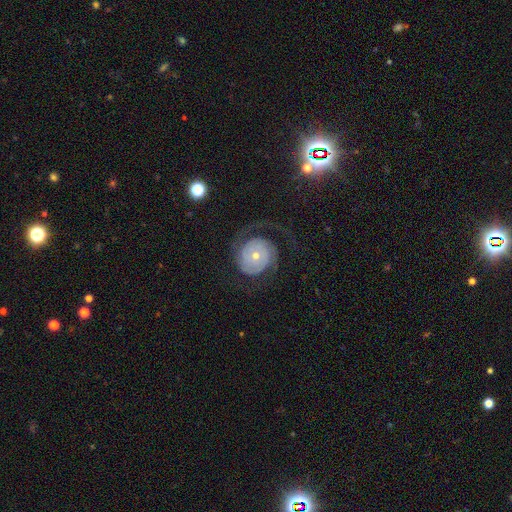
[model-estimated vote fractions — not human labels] A featured or disk galaxy (79%) with no bar (79%), 2 (66%) tight (52%) spiral arms (91%) and a small central bulge (62%). Merging: none (62%).